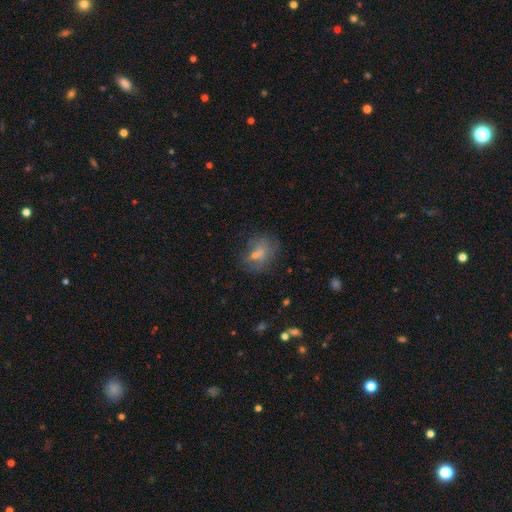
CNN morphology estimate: This is possibly a smooth galaxy (53%). How rounded: possibly in between (50%). Merging: likely none (63%).